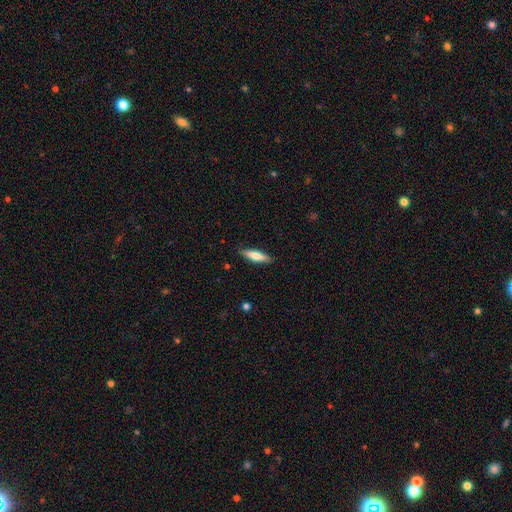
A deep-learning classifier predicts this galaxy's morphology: smooth 65%, featured or disk 29%, star or artifact 6%. Down the decision tree: how rounded — cigar-shaped (67%); merging — none (88%).